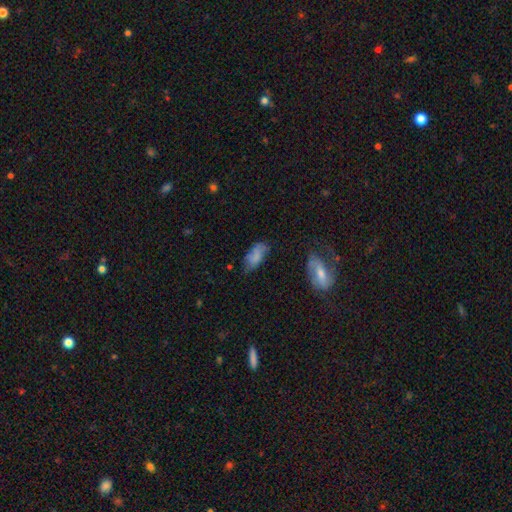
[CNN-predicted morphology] Smooth or featured?
  - smooth: 71% *
  - featured or disk: 20%
  - star or artifact: 9%
How rounded?
  - in between: 88% *
  - cigar-shaped: 9%
  - round: 3%
Merging?
  - none: 52% *
  - minor disturbance: 32%
  - major disturbance: 12%
  - merger: 4%